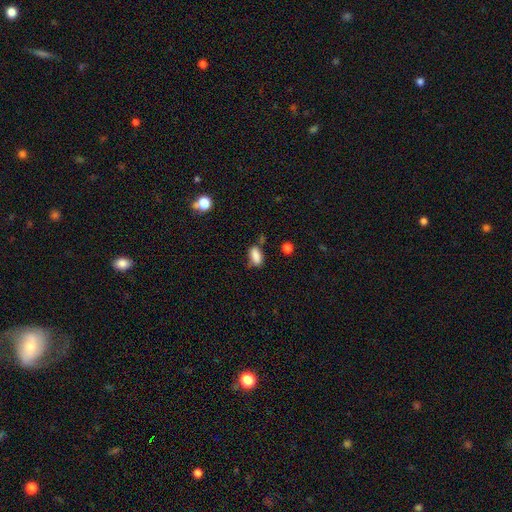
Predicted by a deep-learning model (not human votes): Q: Smooth or featured?
A: smooth (84%); runner-up: star or artifact (9%)
Q: How rounded?
A: in between (86%); runner-up: cigar-shaped (8%)
Q: Merging?
A: none (61%); runner-up: minor disturbance (25%)